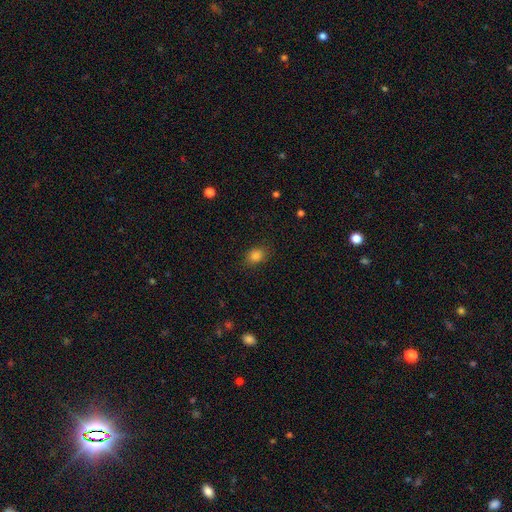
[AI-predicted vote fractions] smooth_or_featured: smooth (p=0.83) [alt: star or artifact p=0.11]
how_rounded: in between (p=0.64) [alt: round p=0.35]
merging: none (p=0.83) [alt: minor disturbance p=0.13]